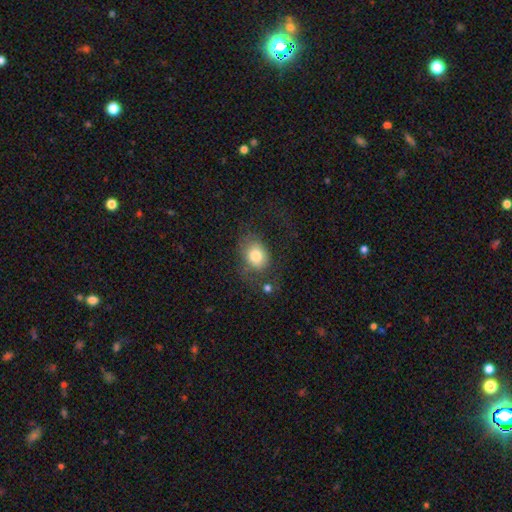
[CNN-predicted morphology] smooth_or_featured: smooth (p=0.77) [alt: featured or disk p=0.15]
how_rounded: in between (p=0.62) [alt: round p=0.37]
merging: none (p=0.46) [alt: major disturbance p=0.25]